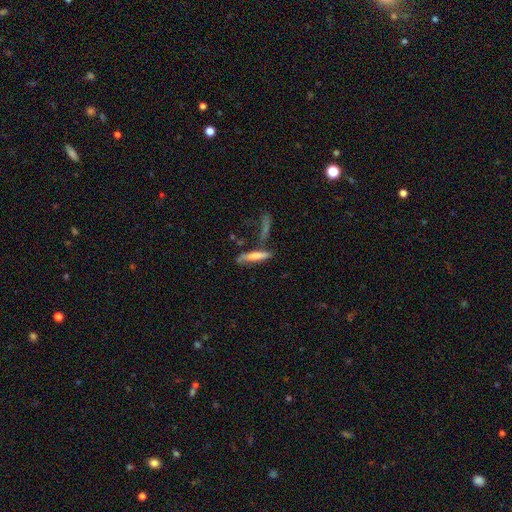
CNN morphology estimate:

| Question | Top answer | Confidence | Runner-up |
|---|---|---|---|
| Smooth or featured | smooth | 66% | featured or disk (26%) |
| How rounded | cigar-shaped | 82% | in between (16%) |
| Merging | none | 54% | minor disturbance (19%) |